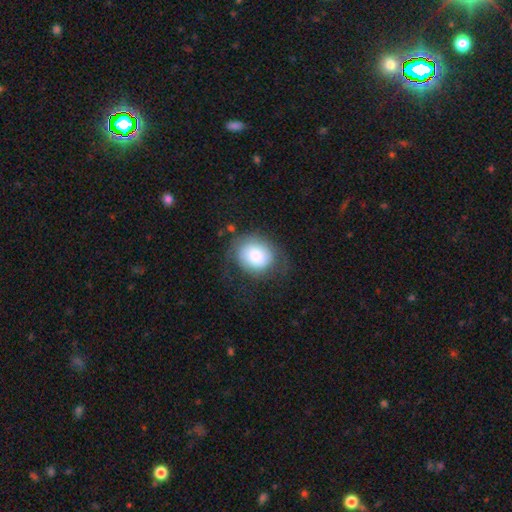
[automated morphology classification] Smooth or featured? smooth (72%)
How rounded? round (65%)
Merging? none (57%)